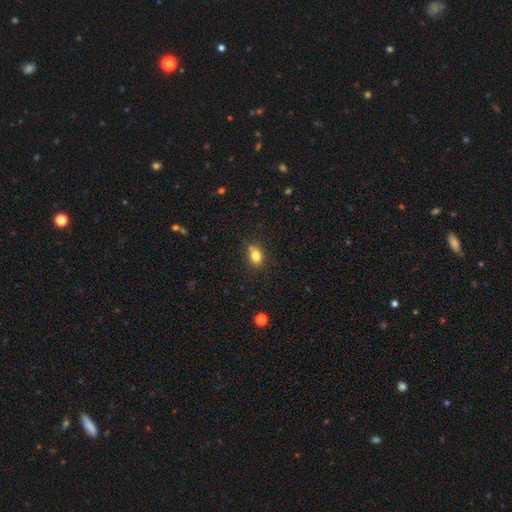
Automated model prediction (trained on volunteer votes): A smooth galaxy with no disk features (81%) that is in between round and cigar-shaped (69%). Merging: none (70%).